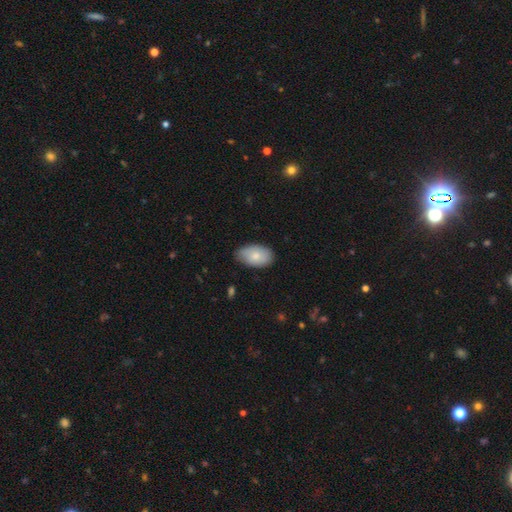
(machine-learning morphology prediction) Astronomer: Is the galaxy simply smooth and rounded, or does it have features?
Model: smooth — 79%.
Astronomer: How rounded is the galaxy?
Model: in between — 92%.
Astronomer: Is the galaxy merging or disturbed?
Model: none — 72%.